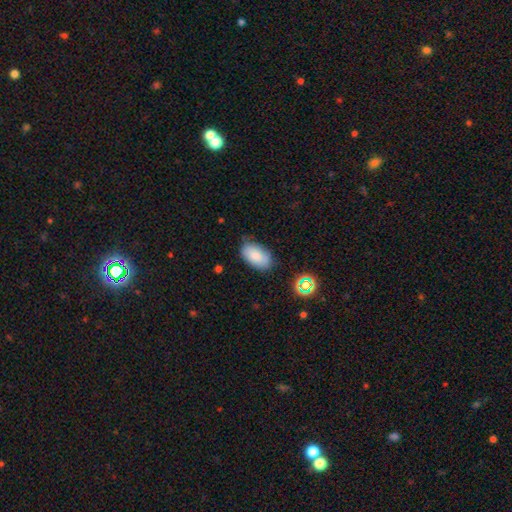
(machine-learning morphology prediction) type=smooth (83%); roundness=in between (94%); merging=none (74%).